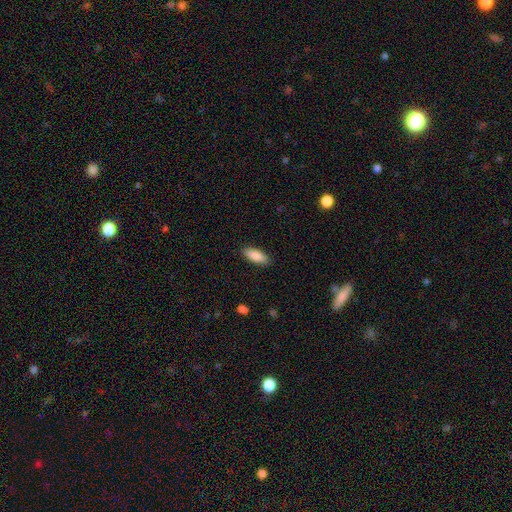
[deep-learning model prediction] Smooth or featured? smooth (87%)
How rounded? in between (77%)
Merging? none (88%)